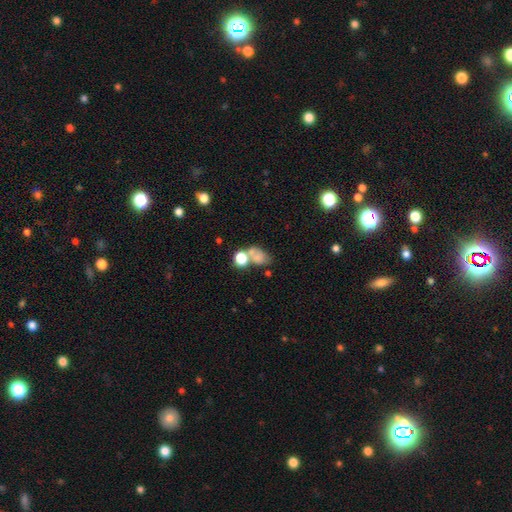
Smooth or featured?
  - smooth: 71% *
  - featured or disk: 18%
  - star or artifact: 11%
How rounded?
  - in between: 59% *
  - round: 37%
  - cigar-shaped: 4%
Merging?
  - merger: 44% *
  - none: 24%
  - major disturbance: 18%
  - minor disturbance: 15%